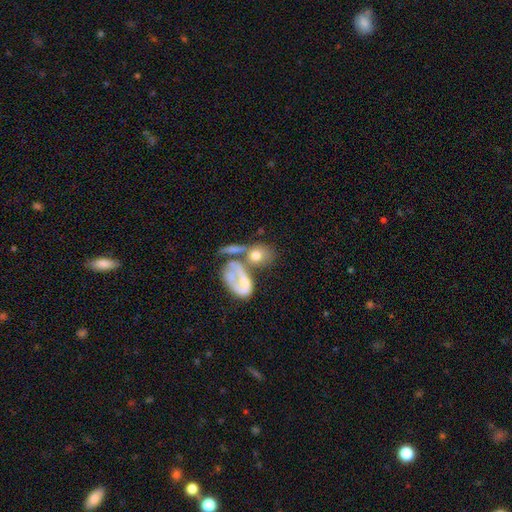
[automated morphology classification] type=smooth (60%); roundness=in between (58%); merging=merger (47%).